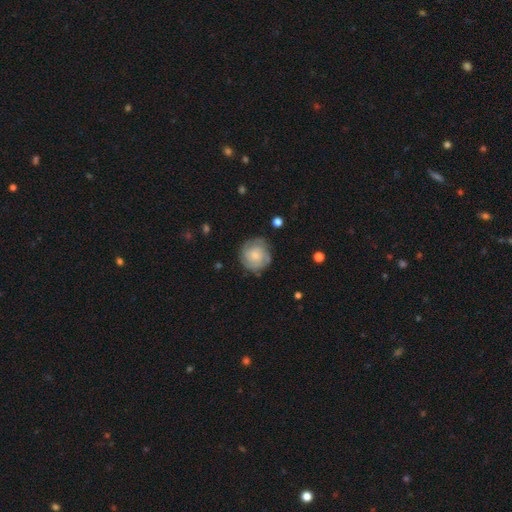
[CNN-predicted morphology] Smooth or featured: featured or disk — 57% (smooth — 36%)
Edge-on disk: no — 98% (yes — 2%)
Bar: no — 77% (weak — 20%)
Spiral arms: yes — 86% (no — 14%)
Bulge size: small — 46% (moderate — 32%)
Merging: none — 77% (minor disturbance — 16%)